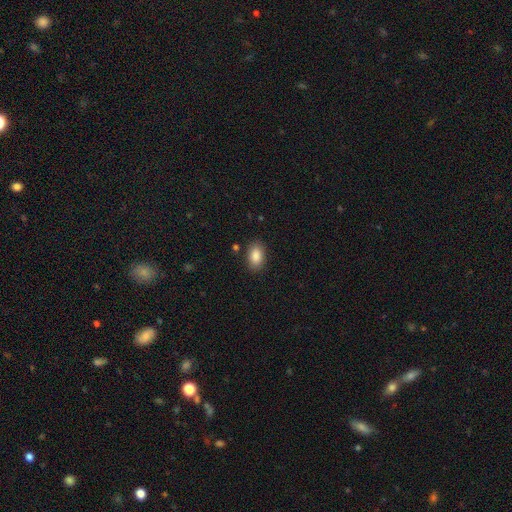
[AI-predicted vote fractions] A smooth galaxy with no disk features (88%) that is in between round and cigar-shaped (90%). Merging: none (86%).